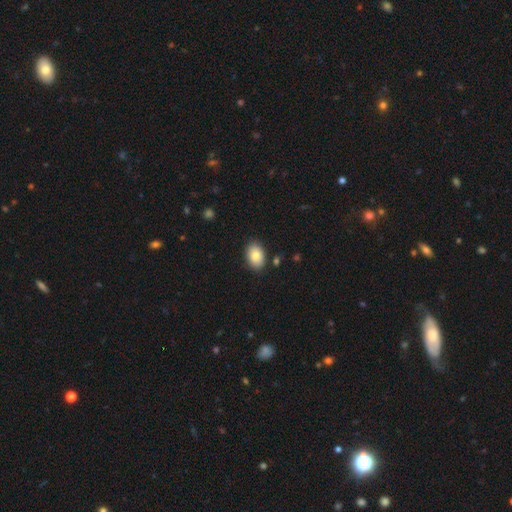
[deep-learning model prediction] Morphology: type=smooth (85%); roundness=in between (86%); merging=none (86%).